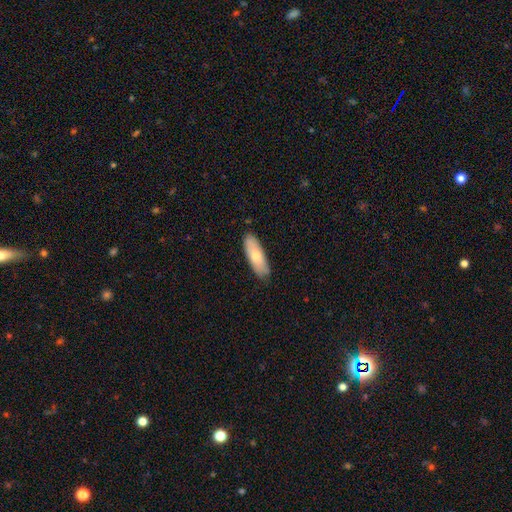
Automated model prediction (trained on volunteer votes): A smooth galaxy with no disk features (65%) that is in between round and cigar-shaped (59%).

Vote fractions:
- Smooth or featured? smooth: 65% / featured or disk: 29% / star or artifact: 6%
- How rounded? in between: 59% / cigar-shaped: 39% / round: 2%
- Merging? none: 83% / minor disturbance: 13% / major disturbance: 2% / merger: 1%